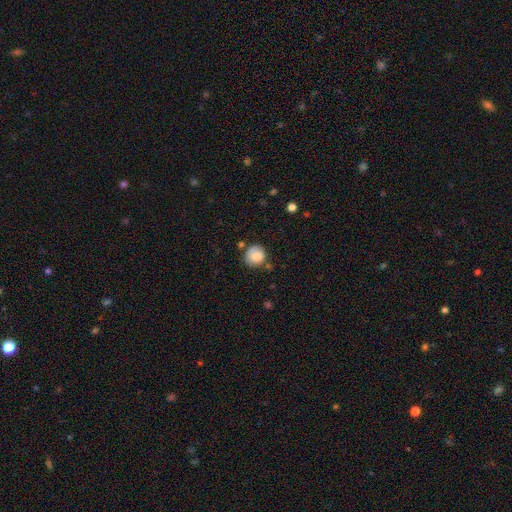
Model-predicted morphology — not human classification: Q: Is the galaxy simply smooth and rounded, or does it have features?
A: smooth — 82%.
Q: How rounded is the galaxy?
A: round — 87%.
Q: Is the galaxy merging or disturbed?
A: none — 67%.